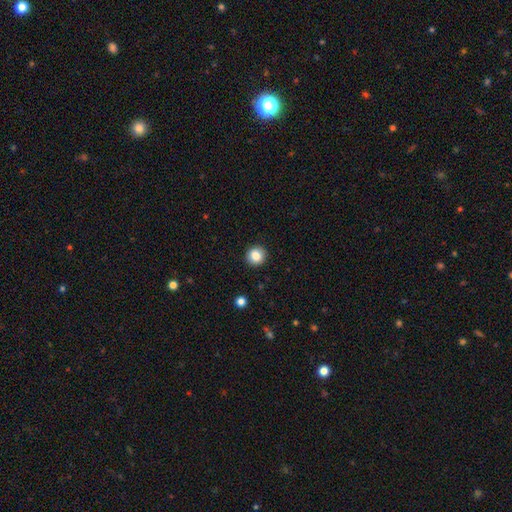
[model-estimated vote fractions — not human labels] Morphology: type=smooth (85%); roundness=round (92%); merging=none (92%).